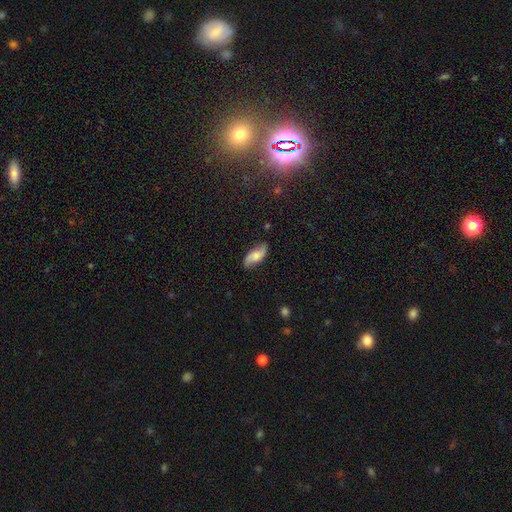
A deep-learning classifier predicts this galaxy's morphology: Smooth or featured? featured or disk (49%)
Merging? none (76%)